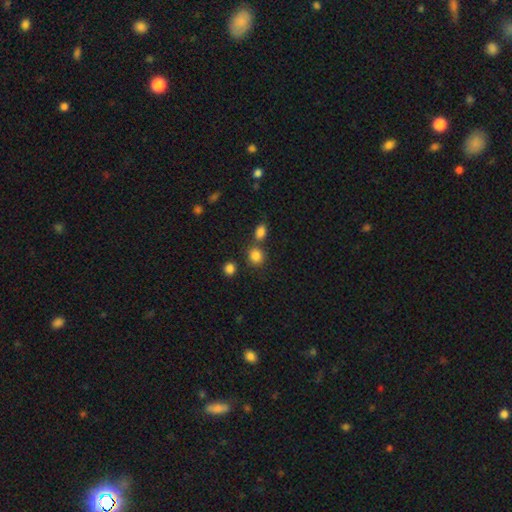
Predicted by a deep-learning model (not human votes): smooth_or_featured: smooth (p=0.84) [alt: star or artifact p=0.12]
how_rounded: round (p=0.77) [alt: in between p=0.22]
merging: none (p=0.67) [alt: merger p=0.21]